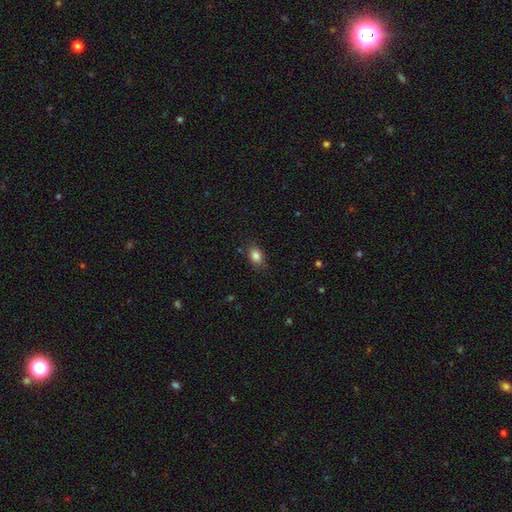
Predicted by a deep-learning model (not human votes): Smooth or featured? Predicted: smooth (p=0.85). How rounded? Predicted: in between (p=0.81). Merging? Predicted: none (p=0.83).